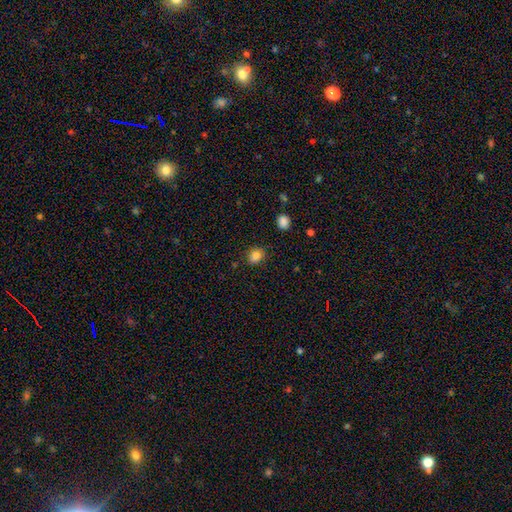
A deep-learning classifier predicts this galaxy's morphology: A smooth galaxy with no disk features (84%) that is round (56%). Merging: none (81%).